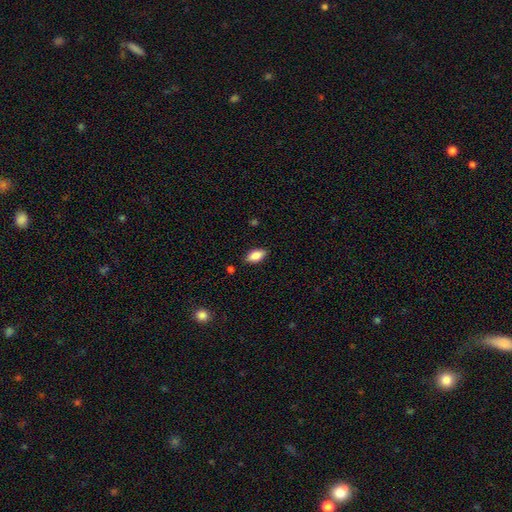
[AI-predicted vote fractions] This appears to be a smooth galaxy with no disk features (84%) that is in between round and cigar-shaped (90%). Merging: none (85%).